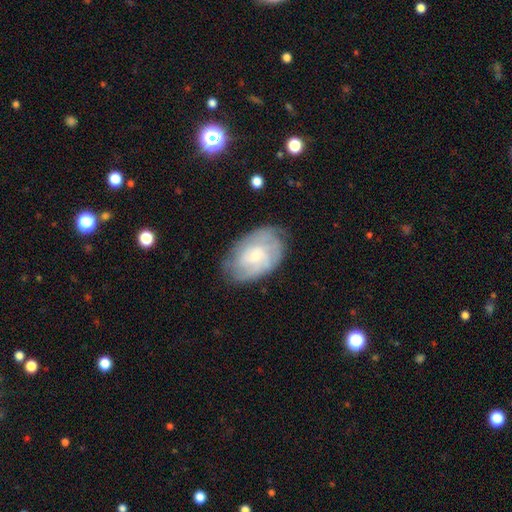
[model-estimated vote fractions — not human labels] Smooth or featured? Predicted: featured or disk (p=0.63). Edge-on disk? Predicted: no (p=0.96). Bar? Predicted: no (p=0.65). Spiral arms? Predicted: yes (p=0.83). Bulge size? Predicted: small (p=0.57). Merging? Predicted: none (p=0.72).